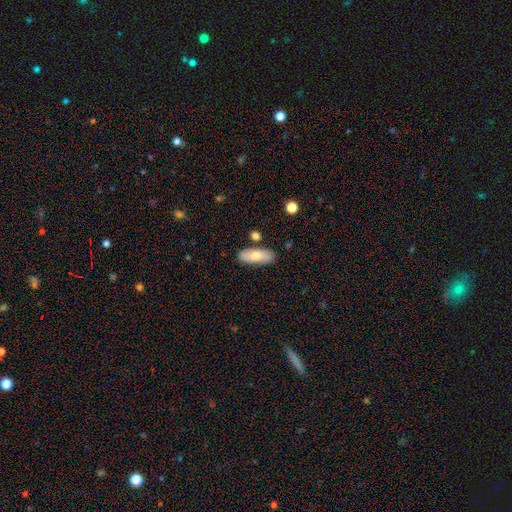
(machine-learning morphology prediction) Smooth or featured?
  - smooth: 71% *
  - featured or disk: 23%
  - star or artifact: 6%
How rounded?
  - in between: 74% *
  - cigar-shaped: 24%
  - round: 3%
Merging?
  - none: 81% *
  - minor disturbance: 12%
  - merger: 5%
  - major disturbance: 2%